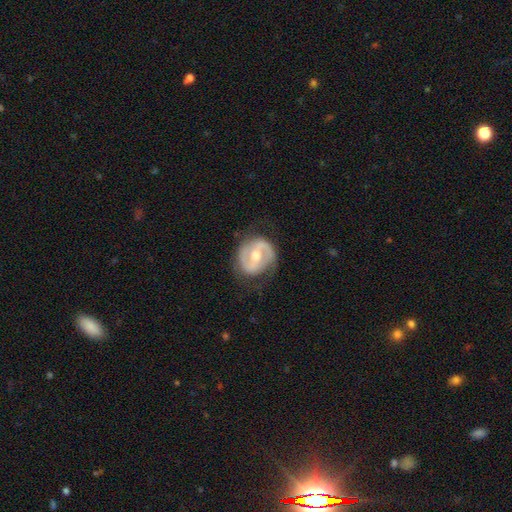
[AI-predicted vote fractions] Q: Smooth or featured?
A: featured or disk (76%); runner-up: smooth (19%)
Q: Edge-on disk?
A: no (97%); runner-up: yes (3%)
Q: Bar?
A: weak (45%); runner-up: strong (28%)
Q: Spiral arms?
A: yes (80%); runner-up: no (20%)
Q: Spiral winding?
A: medium (46%); runner-up: tight (34%)
Q: Spiral arm count?
A: 2 (84%); runner-up: can't tell (8%)
Q: Bulge size?
A: moderate (73%); runner-up: small (16%)
Q: Merging?
A: none (74%); runner-up: minor disturbance (17%)